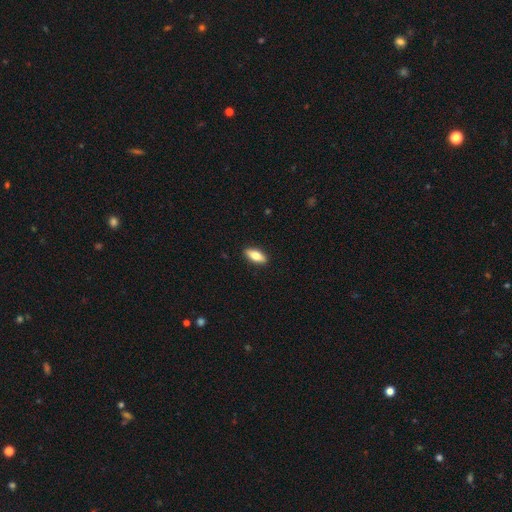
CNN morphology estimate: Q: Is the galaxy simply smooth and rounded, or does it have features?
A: smooth — 70%.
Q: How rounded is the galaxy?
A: in between — 74%.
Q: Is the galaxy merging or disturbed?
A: none — 90%.